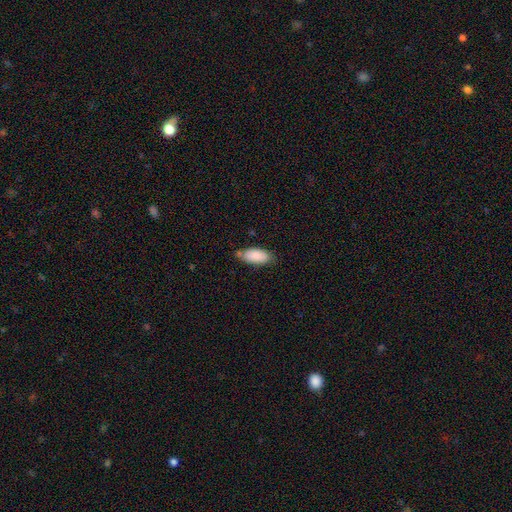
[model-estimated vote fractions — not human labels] A smooth galaxy with no disk features (86%) that is in between round and cigar-shaped (90%). Merging: none (65%).